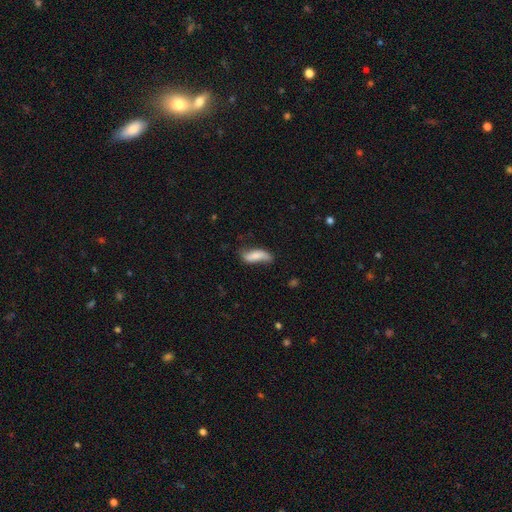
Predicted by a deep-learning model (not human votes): This appears to be a smooth galaxy with no disk features (61%) that is in between round and cigar-shaped (64%). Merging: none (53%).